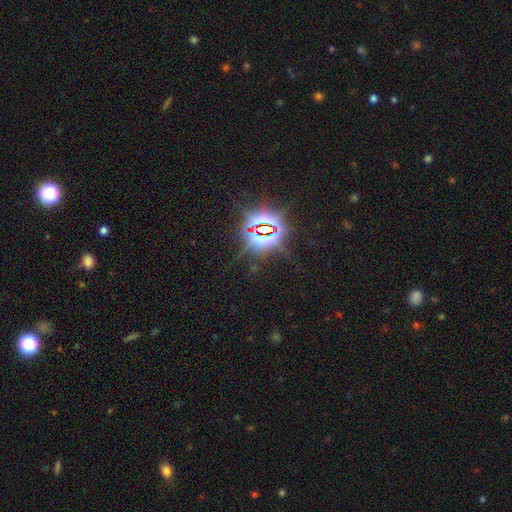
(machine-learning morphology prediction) Smooth or featured: star or artifact — 83% (smooth — 10%)